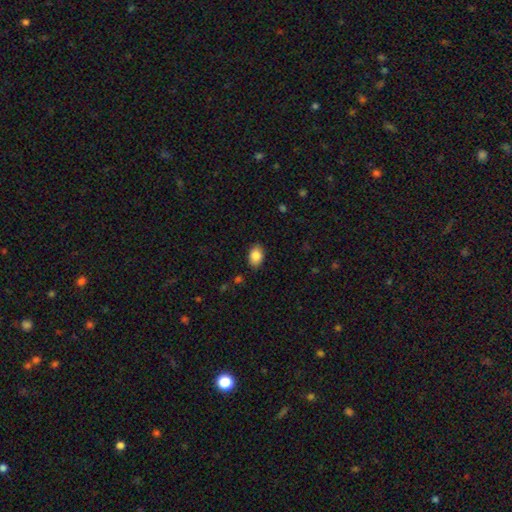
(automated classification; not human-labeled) A smooth galaxy with no disk features (87%) that is in between round and cigar-shaped (86%). Merging: none (87%).